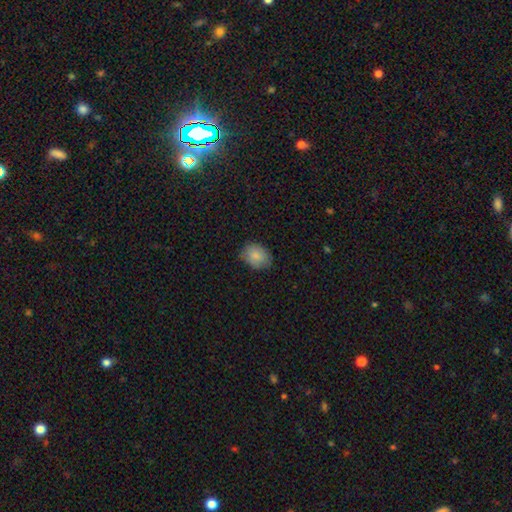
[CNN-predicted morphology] Overall: smooth (85%). How rounded: in between (58%; round 41%). Merging: none (77%).